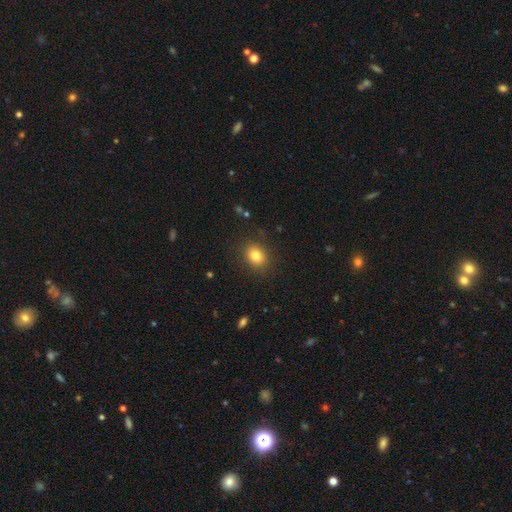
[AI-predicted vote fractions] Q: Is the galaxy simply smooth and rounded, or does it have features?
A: smooth — 81%.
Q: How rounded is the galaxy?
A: round — 54%.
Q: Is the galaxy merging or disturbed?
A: none — 86%.